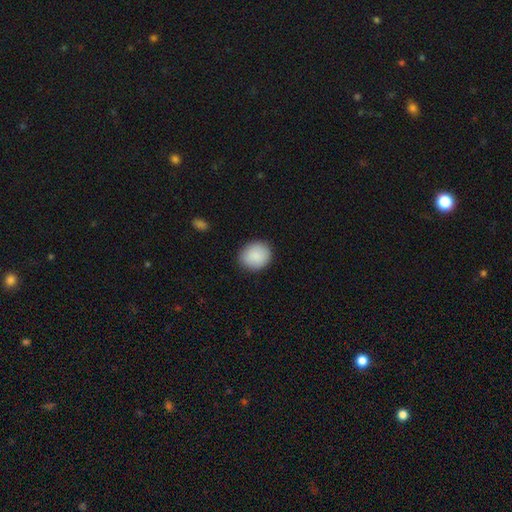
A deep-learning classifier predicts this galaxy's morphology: smooth_or_featured: smooth (p=0.89) [alt: star or artifact p=0.07]
how_rounded: round (p=0.73) [alt: in between p=0.26]
merging: none (p=0.88) [alt: minor disturbance p=0.09]